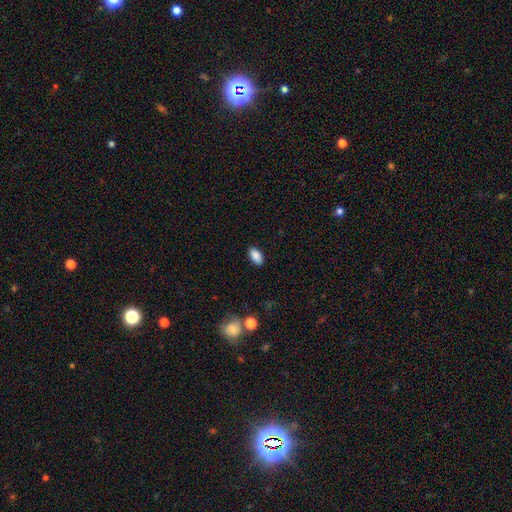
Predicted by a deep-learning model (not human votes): A smooth galaxy with no disk features (88%) that is in between round and cigar-shaped (93%). Merging: none (89%).